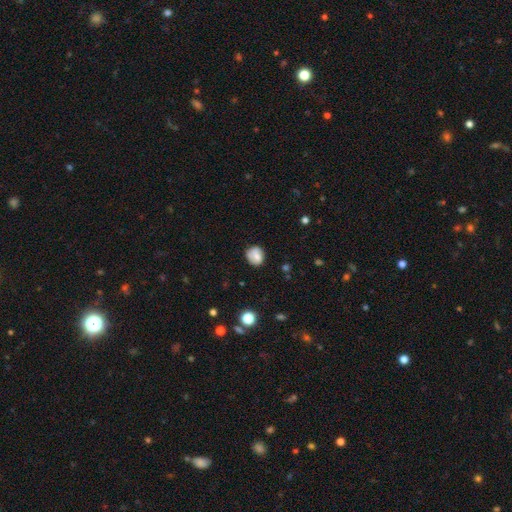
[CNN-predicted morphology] A smooth galaxy with no disk features (70%) that is round (68%). Merging: none (67%).